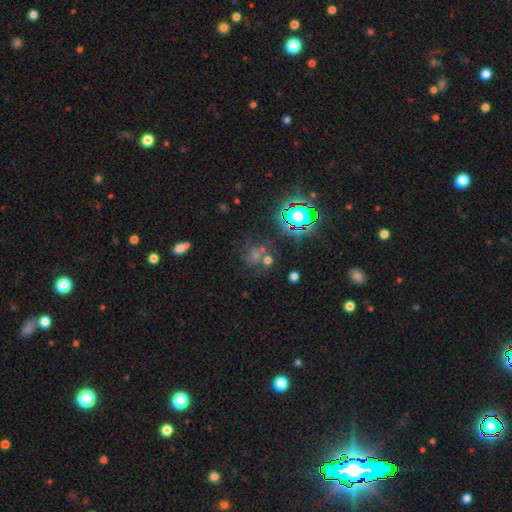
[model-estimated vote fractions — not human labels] This is possibly a star or artifact rather than a galaxy (50%).